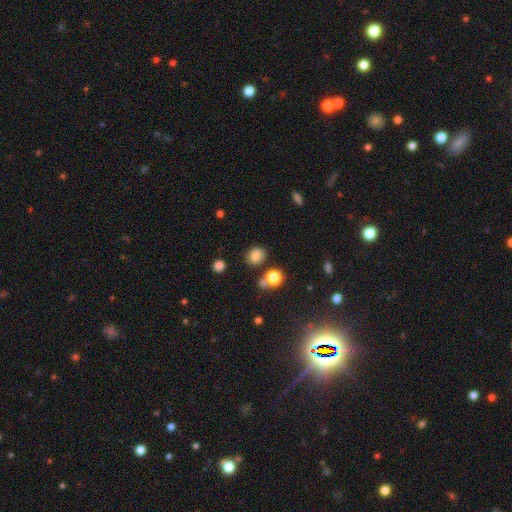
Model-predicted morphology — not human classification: Smooth or featured? Predicted: smooth (p=0.79). How rounded? Predicted: round (p=0.58). Merging? Predicted: none (p=0.77).